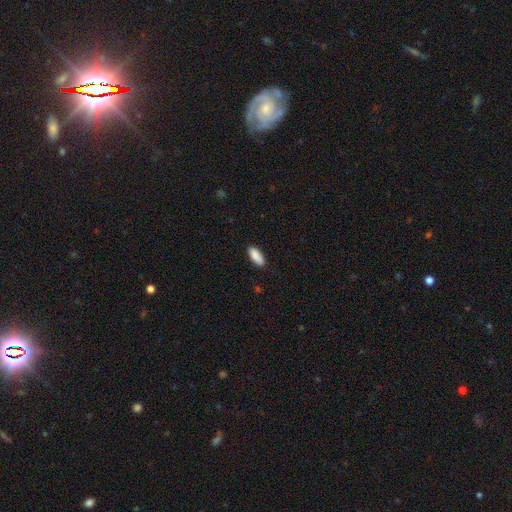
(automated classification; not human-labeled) This appears to be a smooth galaxy with no disk features (89%) that is in between round and cigar-shaped (77%). Merging: none (87%).